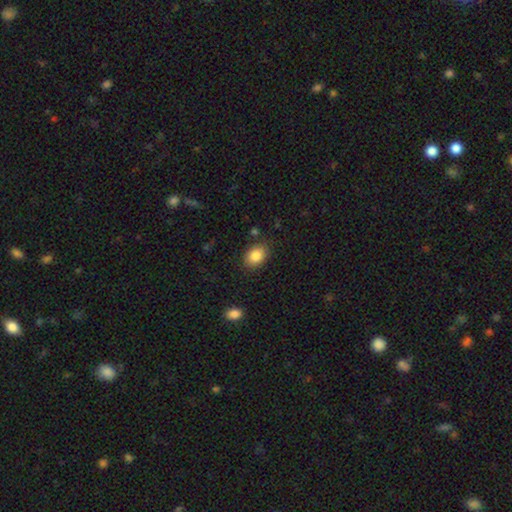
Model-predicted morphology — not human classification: smooth_or_featured: smooth (p=0.86) [alt: star or artifact p=0.08]
how_rounded: in between (p=0.69) [alt: round p=0.30]
merging: none (p=0.84) [alt: minor disturbance p=0.11]